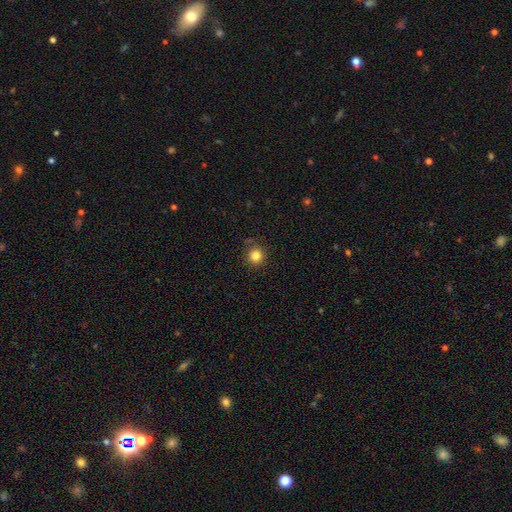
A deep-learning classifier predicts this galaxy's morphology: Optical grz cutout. It shows a smooth galaxy with no disk features (83%) that is round (95%). Merging: none (87%).